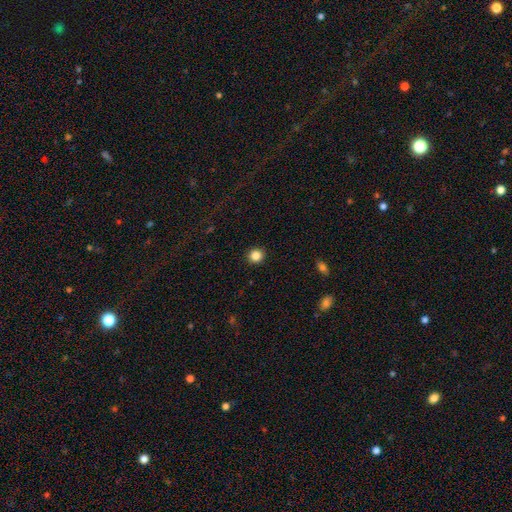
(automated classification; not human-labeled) This appears to be a smooth galaxy with no disk features (85%) that is round (93%). Merging: none (93%).